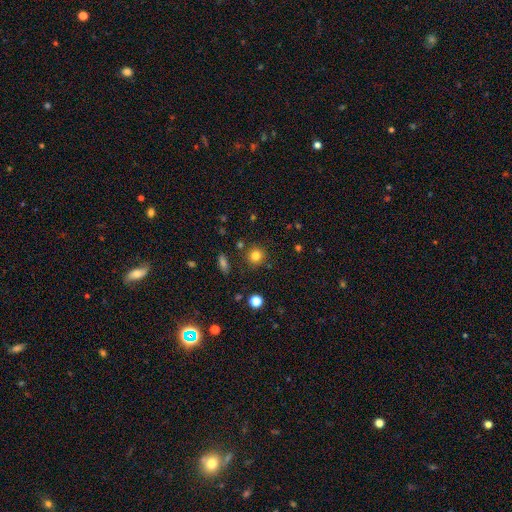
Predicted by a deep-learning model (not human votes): Smooth or featured?
  - smooth: 81% *
  - star or artifact: 13%
  - featured or disk: 6%
How rounded?
  - round: 90% *
  - in between: 9%
  - cigar-shaped: 1%
Merging?
  - none: 86% *
  - minor disturbance: 8%
  - merger: 3%
  - major disturbance: 3%